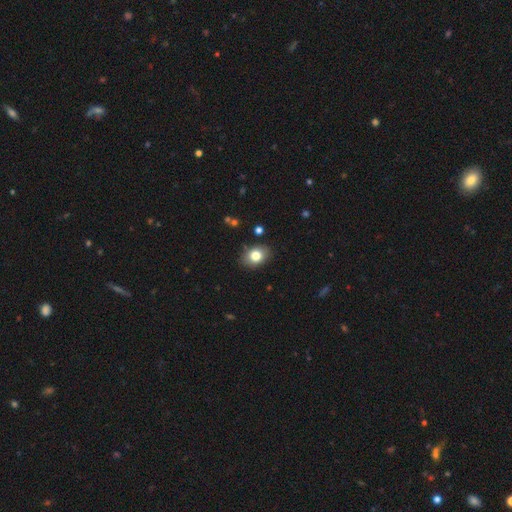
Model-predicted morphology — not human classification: Smooth or featured? Predicted: smooth (p=0.80). How rounded? Predicted: in between (p=0.68). Merging? Predicted: none (p=0.85).